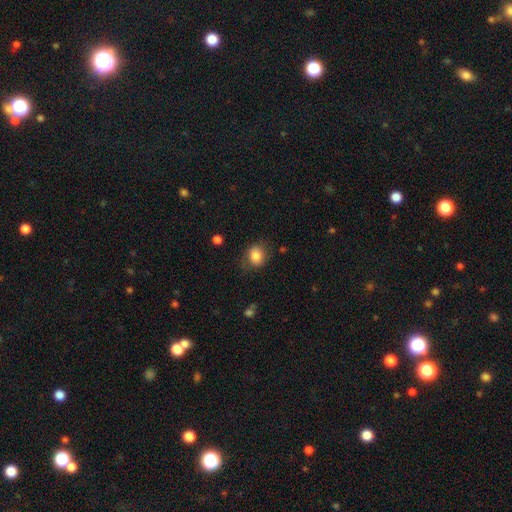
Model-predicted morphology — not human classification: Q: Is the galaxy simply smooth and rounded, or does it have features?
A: smooth — 83%.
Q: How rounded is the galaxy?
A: round — 58%.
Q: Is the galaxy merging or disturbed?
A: none — 73%.